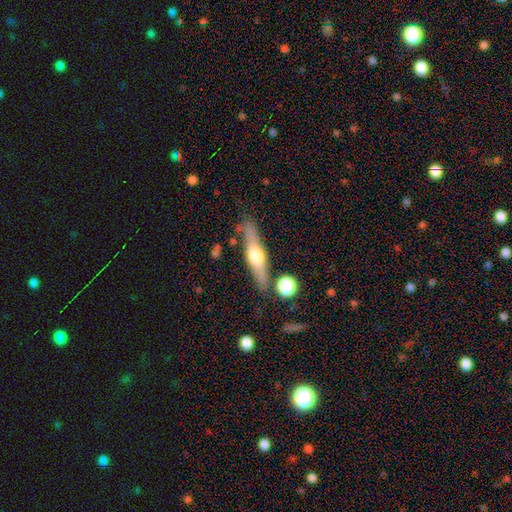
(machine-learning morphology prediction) smooth-or-featured: featured or disk: 59% | smooth: 35% | star or artifact: 6%
  disk-edge-on: yes: 93% | no: 7%
    edge-on-bulge: rounded: 92% | boxy: 5% | none: 3%
  merging: none: 80% | minor disturbance: 12% | merger: 5% | major disturbance: 3%